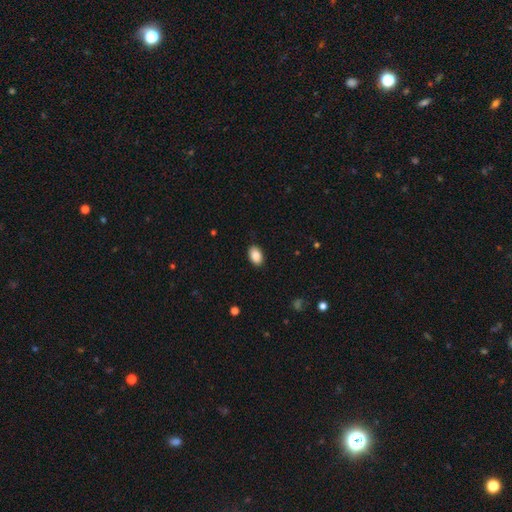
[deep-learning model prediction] This appears to be a smooth galaxy with no disk features (89%) that is in between round and cigar-shaped (90%). Merging: none (88%).